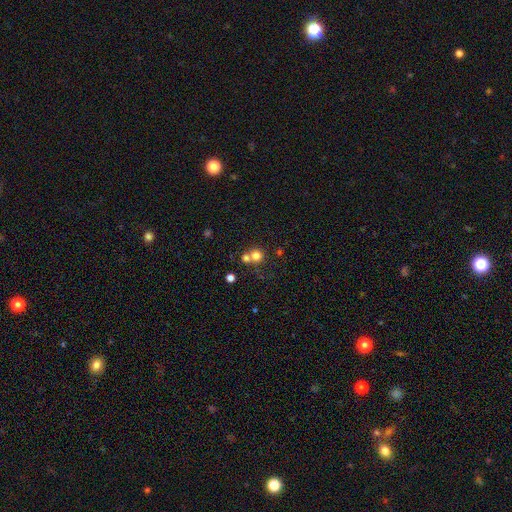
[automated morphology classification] Smooth or featured: smooth — 75% (star or artifact — 15%)
How rounded: round — 89% (in between — 10%)
Merging: none — 50% (merger — 40%)